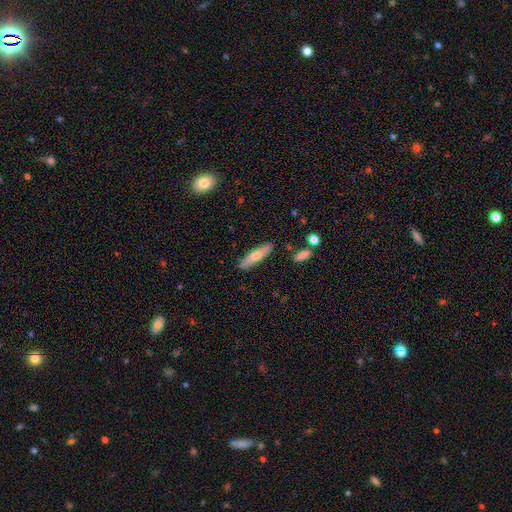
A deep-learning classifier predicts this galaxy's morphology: Q: Smooth or featured?
A: smooth (62%); runner-up: featured or disk (32%)
Q: How rounded?
A: cigar-shaped (77%); runner-up: in between (21%)
Q: Merging?
A: none (86%); runner-up: minor disturbance (10%)